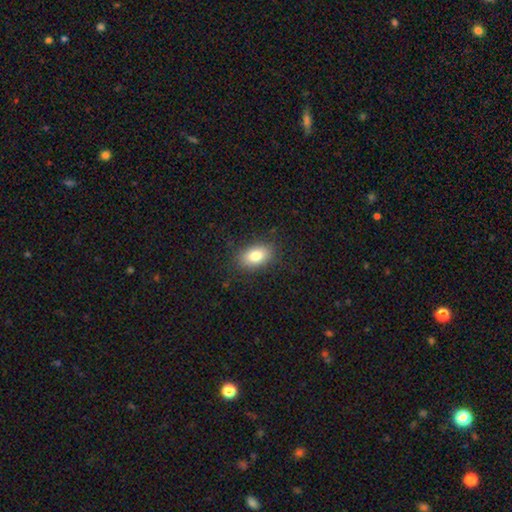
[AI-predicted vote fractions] smooth-or-featured: smooth: 82% | featured or disk: 10% | star or artifact: 8%
  how-rounded: in between: 88% | round: 10% | cigar-shaped: 2%
  merging: none: 86% | minor disturbance: 10% | major disturbance: 3% | merger: 1%